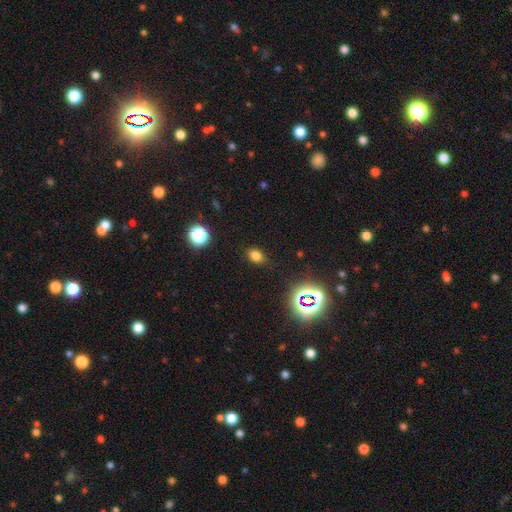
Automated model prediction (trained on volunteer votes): A smooth galaxy with no disk features (74%) that is in between round and cigar-shaped (70%).

Vote fractions:
- Smooth or featured? smooth: 74% / star or artifact: 19% / featured or disk: 6%
- How rounded? in between: 70% / round: 28% / cigar-shaped: 2%
- Merging? none: 83% / minor disturbance: 12% / major disturbance: 3% / merger: 1%